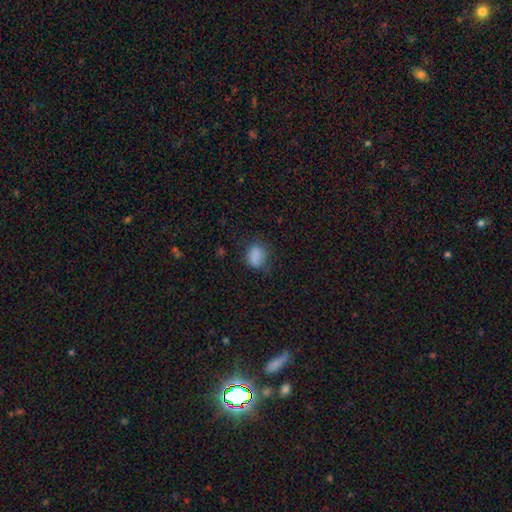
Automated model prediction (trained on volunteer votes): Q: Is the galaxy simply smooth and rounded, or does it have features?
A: smooth — 84%.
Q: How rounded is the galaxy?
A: in between — 58%.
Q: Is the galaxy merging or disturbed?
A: none — 66%.